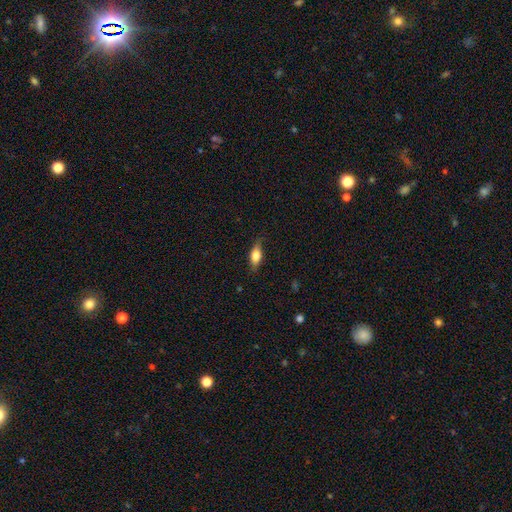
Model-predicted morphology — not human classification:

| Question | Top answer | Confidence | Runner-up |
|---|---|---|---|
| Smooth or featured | smooth | 65% | featured or disk (27%) |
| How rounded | in between | 75% | cigar-shaped (20%) |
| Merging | none | 77% | minor disturbance (18%) |